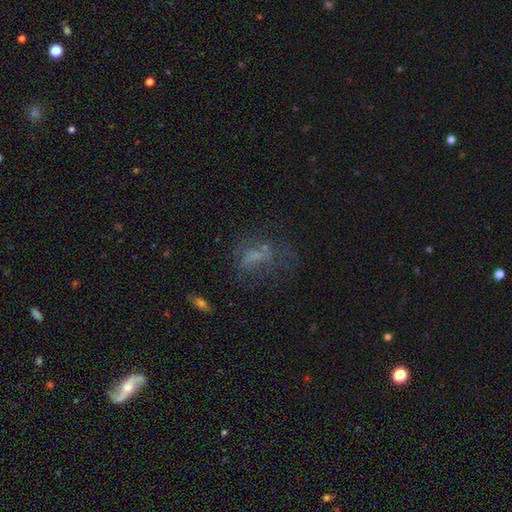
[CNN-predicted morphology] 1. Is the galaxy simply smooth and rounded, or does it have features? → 40% smooth, 38% featured or disk, 22% star or artifact.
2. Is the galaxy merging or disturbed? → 42% none, 32% major disturbance, 19% minor disturbance, 6% merger.